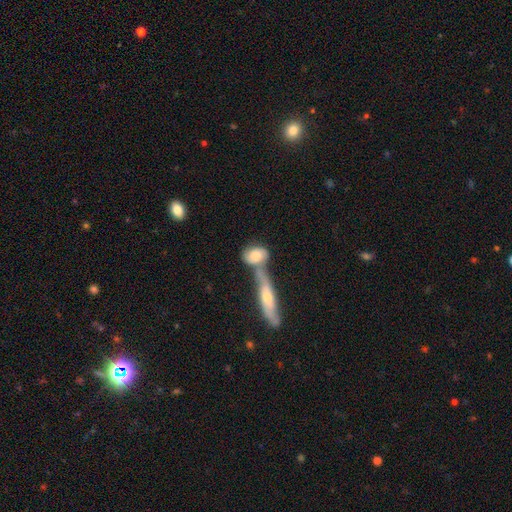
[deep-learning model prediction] This appears to be a smooth galaxy with no disk features (63%) that is in between round and cigar-shaped (68%). Merging: merger (56%).